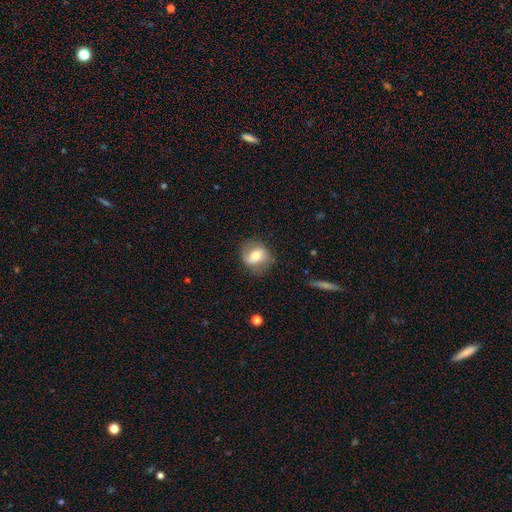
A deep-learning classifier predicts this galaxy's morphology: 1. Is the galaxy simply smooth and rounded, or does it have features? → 55% smooth, 37% featured or disk, 8% star or artifact.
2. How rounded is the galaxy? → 66% round, 33% in between, 1% cigar-shaped.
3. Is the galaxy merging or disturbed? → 73% none, 18% minor disturbance, 8% major disturbance, 1% merger.